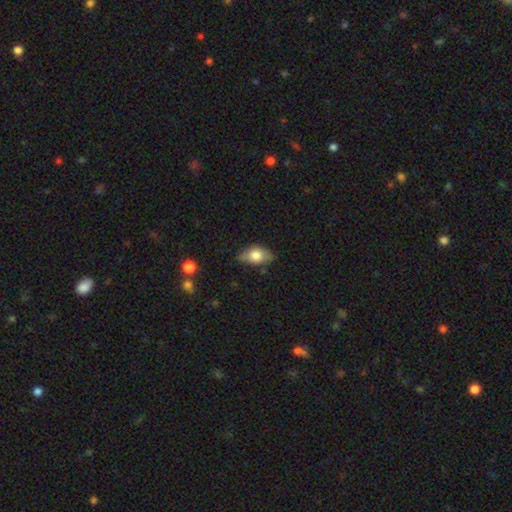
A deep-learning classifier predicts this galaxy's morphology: Q: Smooth or featured?
A: smooth (68%); runner-up: featured or disk (24%)
Q: How rounded?
A: in between (86%); runner-up: round (9%)
Q: Merging?
A: none (66%); runner-up: minor disturbance (26%)